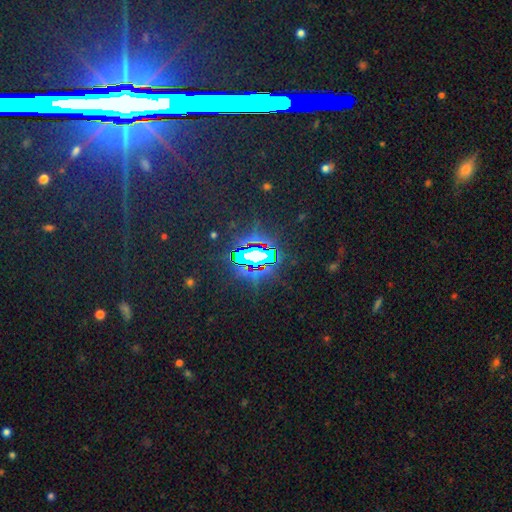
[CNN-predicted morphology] Smooth or featured?
  - star or artifact: 77% *
  - smooth: 12%
  - featured or disk: 11%